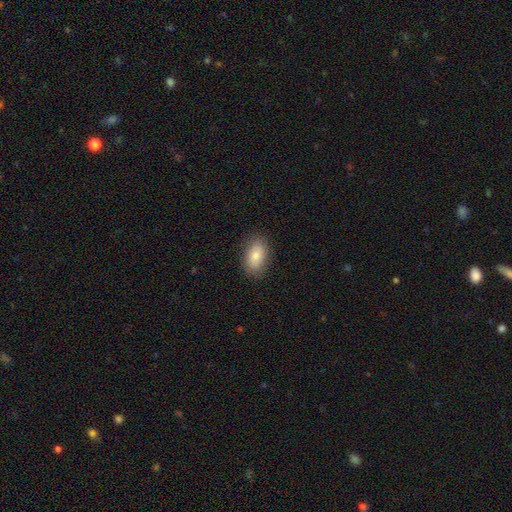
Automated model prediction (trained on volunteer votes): Smooth or featured? smooth (81%)
How rounded? in between (90%)
Merging? none (86%)